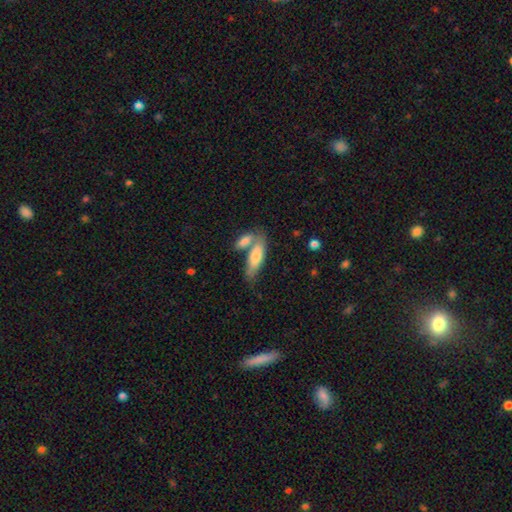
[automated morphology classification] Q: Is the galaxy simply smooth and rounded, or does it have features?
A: smooth — 74%.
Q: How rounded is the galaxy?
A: in between — 61%.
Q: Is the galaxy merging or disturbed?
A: merger — 44%.